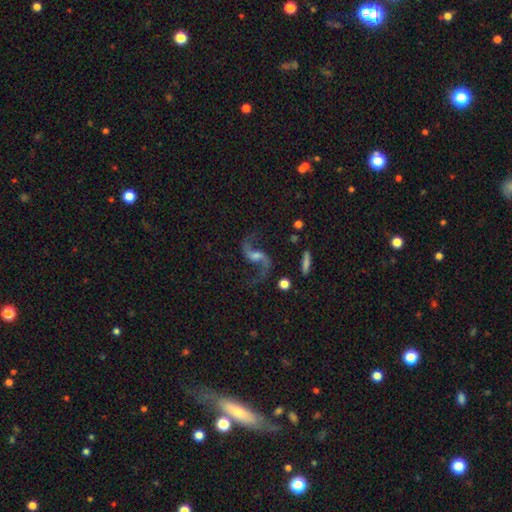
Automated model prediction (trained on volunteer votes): smooth-or-featured: featured or disk: 90% | star or artifact: 6% | smooth: 4%
  disk-edge-on: no: 97% | yes: 3%
    bar: weak: 44% | no: 37% | strong: 19%
    has-spiral-arms: yes: 97% | no: 3%
      spiral-winding: loose: 85% | medium: 12% | tight: 3%
      spiral-arm-count: 2: 94% | 1: 2% | can't tell: 1% | 3: 1% | 4: 1% | more than 4: 1%
    bulge-size: small: 40% (tied) | moderate: 40% (tied) | none: 11% | large: 6% | dominant: 2%
  merging: none: 77% | minor disturbance: 12% | major disturbance: 8% | merger: 3%